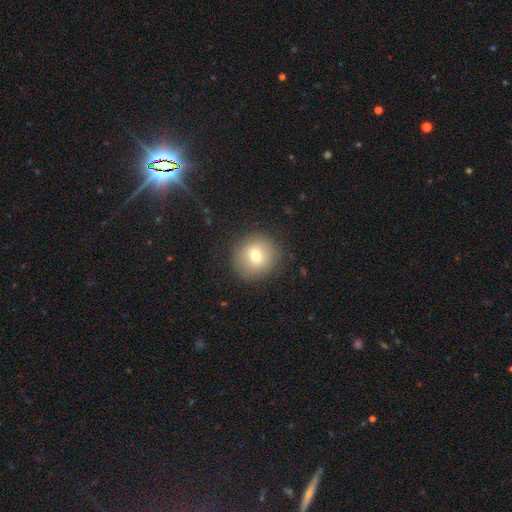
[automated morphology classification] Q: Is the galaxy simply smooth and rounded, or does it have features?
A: smooth — 73%.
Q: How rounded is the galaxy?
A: round — 92%.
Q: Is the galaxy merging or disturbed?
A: none — 88%.